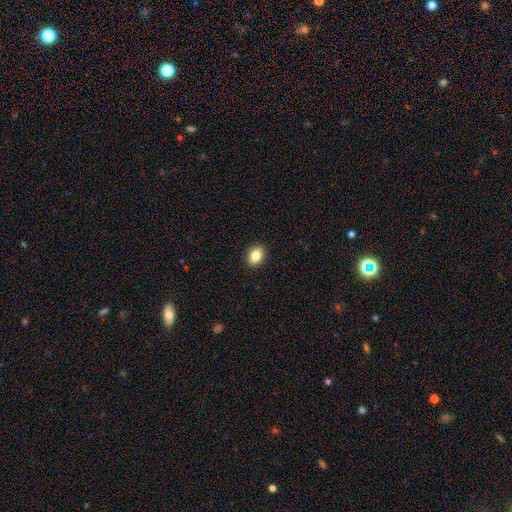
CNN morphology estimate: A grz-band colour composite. It shows a smooth galaxy with no disk features (84%) that is in between round and cigar-shaped (69%). Merging: none (91%).